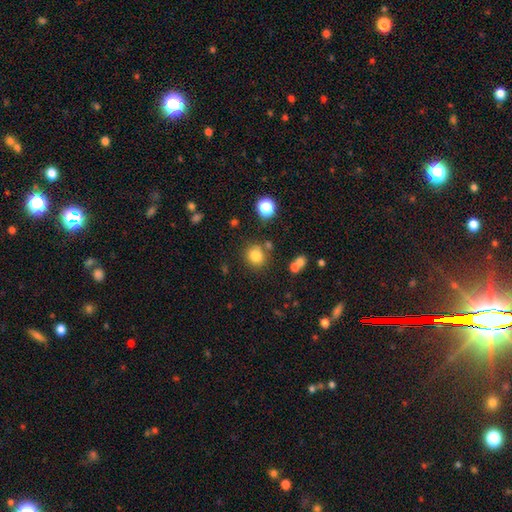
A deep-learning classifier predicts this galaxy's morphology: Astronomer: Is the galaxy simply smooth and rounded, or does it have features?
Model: smooth — 80%.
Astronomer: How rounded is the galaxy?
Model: round — 87%.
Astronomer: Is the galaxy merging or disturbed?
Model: none — 77%.